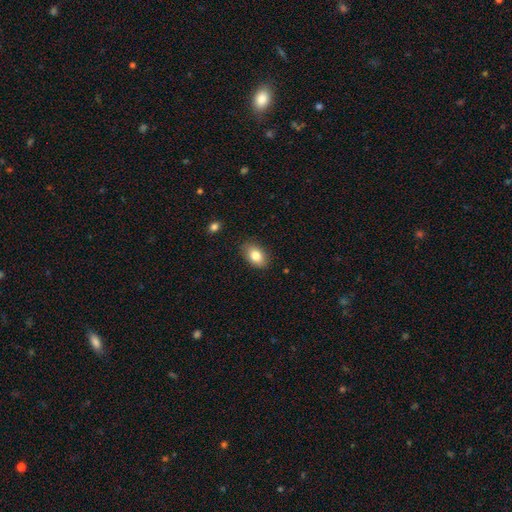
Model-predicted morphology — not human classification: Overall: smooth (83%). How rounded: in between (89%). Merging: none (85%).